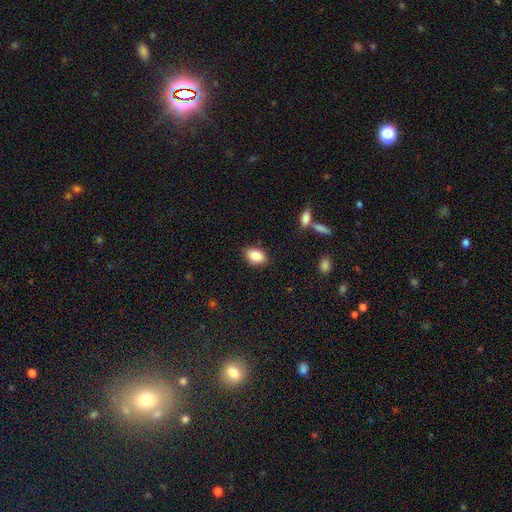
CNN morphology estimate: type=smooth (87%); roundness=in between (86%); merging=none (81%).